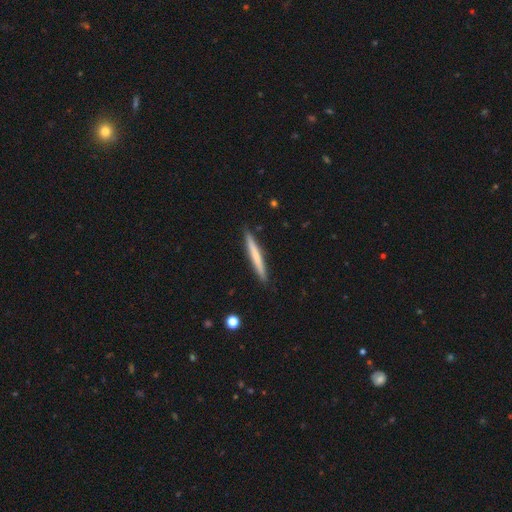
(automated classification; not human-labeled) smooth-or-featured: smooth: 60% | featured or disk: 35% | star or artifact: 6%
  how-rounded: cigar-shaped: 97% | in between: 2% | round: 1%
  merging: none: 91% | minor disturbance: 6% | major disturbance: 1% | merger: 1%